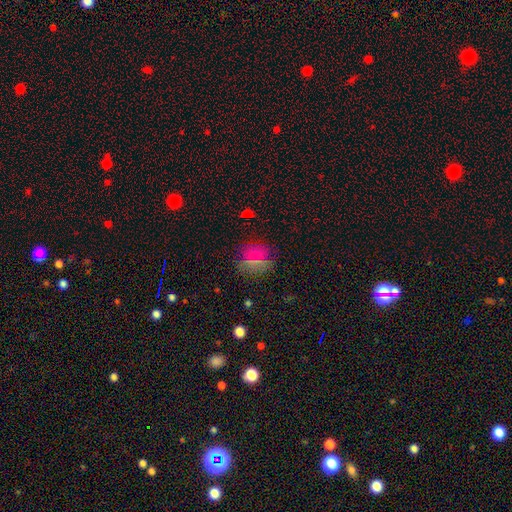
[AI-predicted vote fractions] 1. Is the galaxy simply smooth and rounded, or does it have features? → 64% smooth, 26% star or artifact, 10% featured or disk.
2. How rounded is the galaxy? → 81% round, 17% in between, 2% cigar-shaped.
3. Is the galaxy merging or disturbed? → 80% none, 12% minor disturbance, 4% major disturbance, 4% merger.